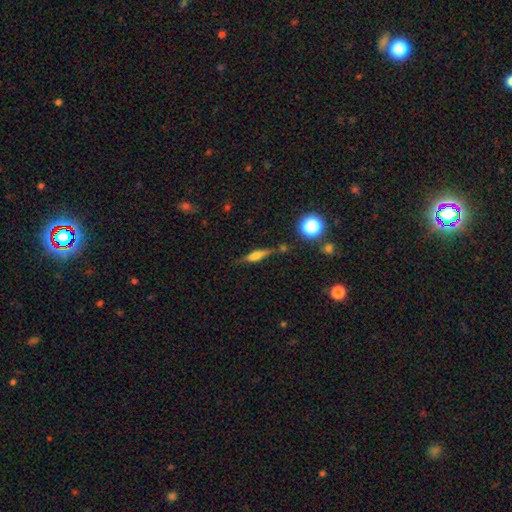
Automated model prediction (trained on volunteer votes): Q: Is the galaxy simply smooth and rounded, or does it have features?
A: featured or disk — 46%.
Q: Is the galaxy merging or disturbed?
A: none — 72%.